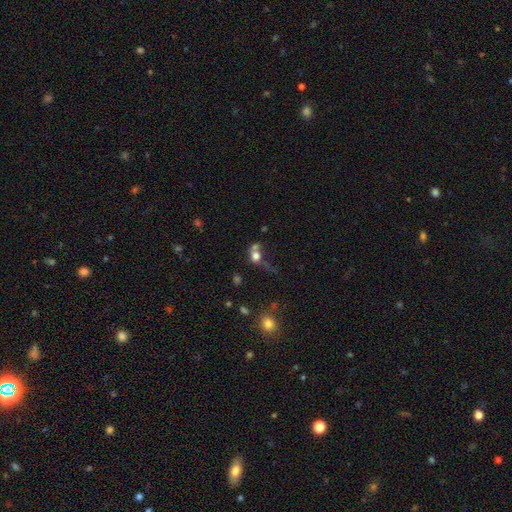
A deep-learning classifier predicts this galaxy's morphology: smooth-or-featured: smooth: 67% | featured or disk: 18% | star or artifact: 16%
  how-rounded: round: 61% | in between: 36% | cigar-shaped: 3%
  merging: merger: 41% | none: 26% | major disturbance: 20% | minor disturbance: 12%